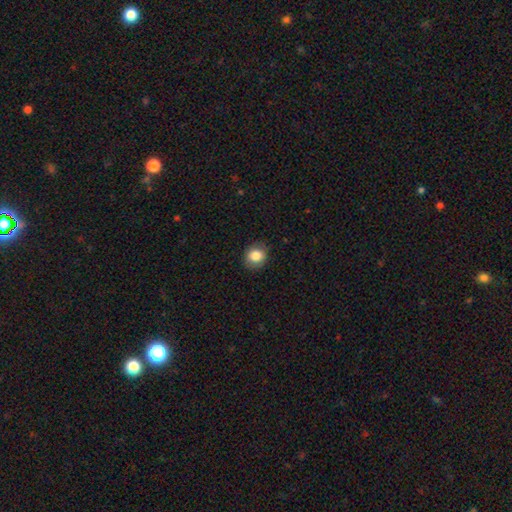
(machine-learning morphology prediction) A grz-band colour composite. It shows a smooth galaxy with no disk features (84%) that is round (72%). Merging: none (86%).